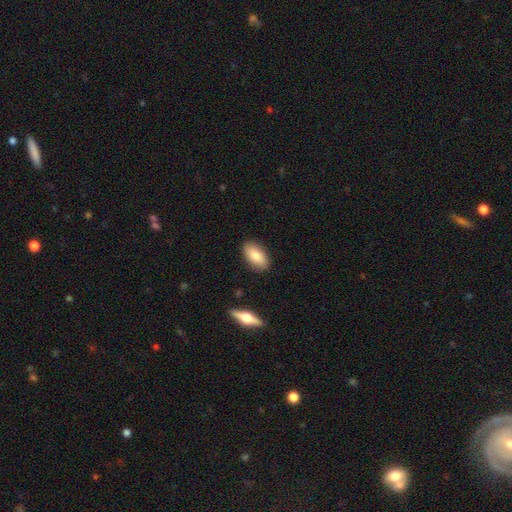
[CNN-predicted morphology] Q: Smooth or featured?
A: smooth (82%); runner-up: featured or disk (11%)
Q: How rounded?
A: in between (92%); runner-up: cigar-shaped (5%)
Q: Merging?
A: none (87%); runner-up: minor disturbance (10%)